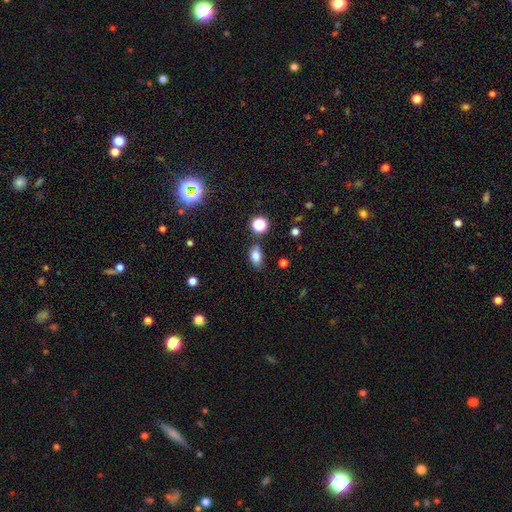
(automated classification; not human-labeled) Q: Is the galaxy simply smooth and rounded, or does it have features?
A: smooth — 79%.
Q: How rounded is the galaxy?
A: in between — 85%.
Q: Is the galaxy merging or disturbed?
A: none — 75%.